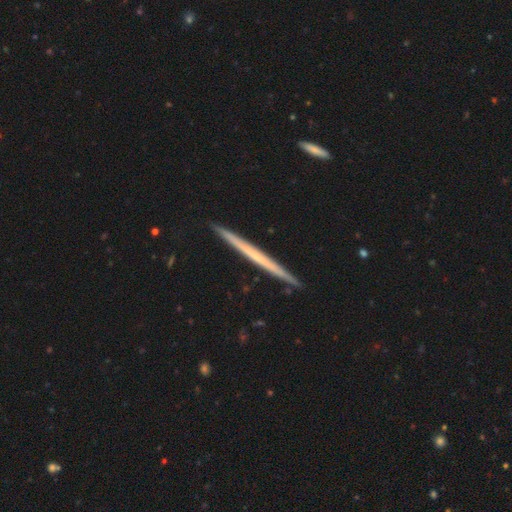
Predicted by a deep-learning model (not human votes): Morphology: type=featured or disk (59%); edge-on=yes (98%); edge-on bulge=none (89%); merging=none (91%).